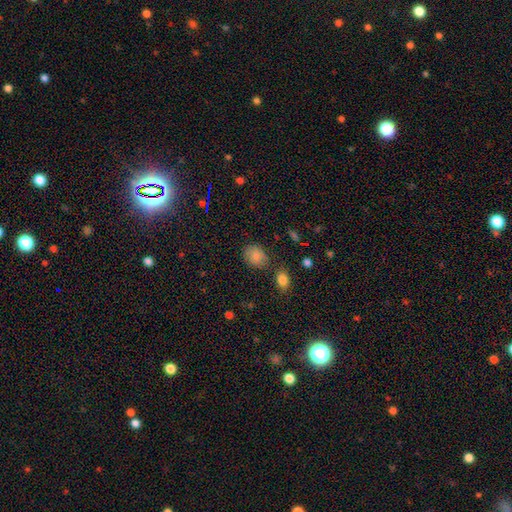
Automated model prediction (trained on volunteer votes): smooth-or-featured: smooth: 84% | star or artifact: 10% | featured or disk: 6%
  how-rounded: in between: 53% | round: 46% | cigar-shaped: 1%
  merging: none: 72% | minor disturbance: 18% | merger: 5% | major disturbance: 5%